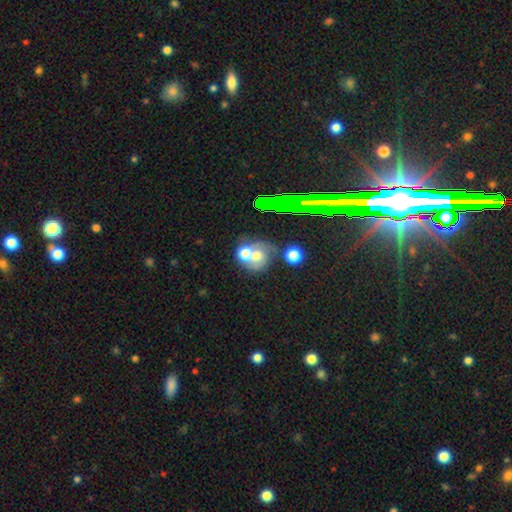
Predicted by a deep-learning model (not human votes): smooth-or-featured: smooth: 48% | featured or disk: 36% | star or artifact: 16%
  merging: merger: 55% | none: 28% | minor disturbance: 9% | major disturbance: 8%